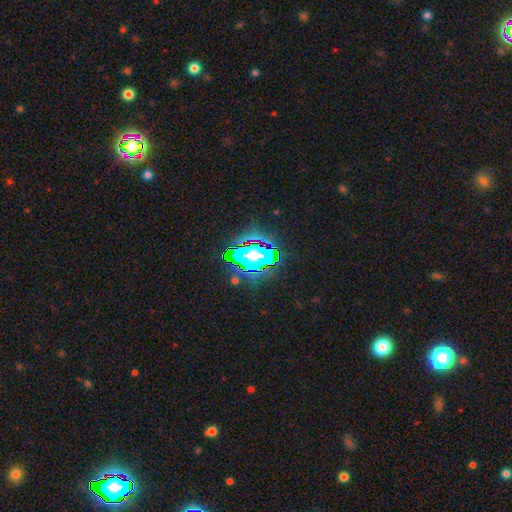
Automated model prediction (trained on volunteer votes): Smooth or featured?
  - star or artifact: 80% *
  - smooth: 12%
  - featured or disk: 8%